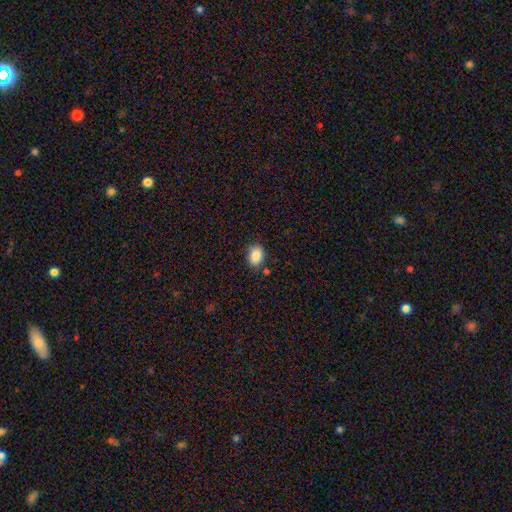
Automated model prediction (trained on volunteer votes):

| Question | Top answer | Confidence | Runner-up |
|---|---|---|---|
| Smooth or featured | smooth | 87% | star or artifact (8%) |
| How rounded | in between | 75% | round (24%) |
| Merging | none | 81% | minor disturbance (12%) |